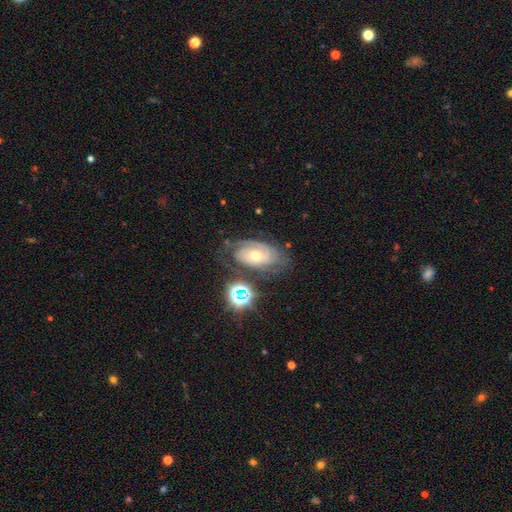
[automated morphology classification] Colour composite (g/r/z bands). It shows a featured or disk galaxy (75%) with no bar (74%), 2 (40%) tight (70%) spiral arms (90%) and a moderate central bulge (55%). Merging: none (66%).